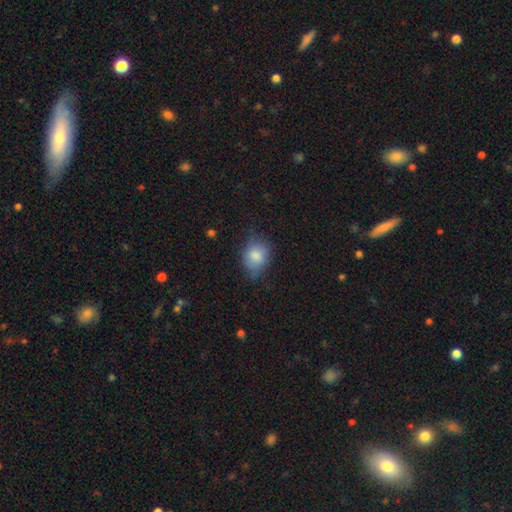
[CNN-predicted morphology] A smooth galaxy with no disk features (82%) that is in between round and cigar-shaped (51%). Merging: none (60%).